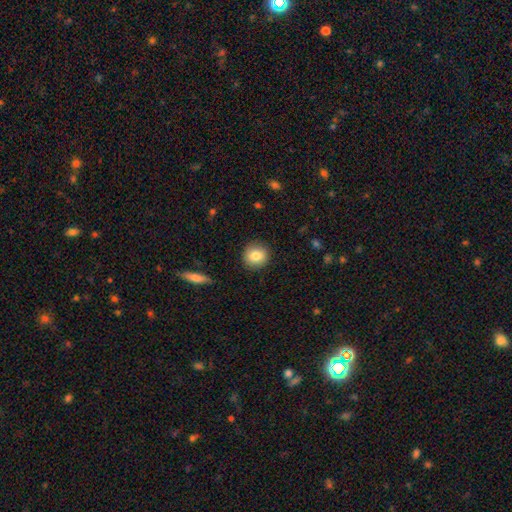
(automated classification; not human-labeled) smooth_or_featured: smooth (p=0.82) [alt: featured or disk p=0.10]
how_rounded: round (p=0.90) [alt: in between p=0.09]
merging: none (p=0.89) [alt: minor disturbance p=0.08]